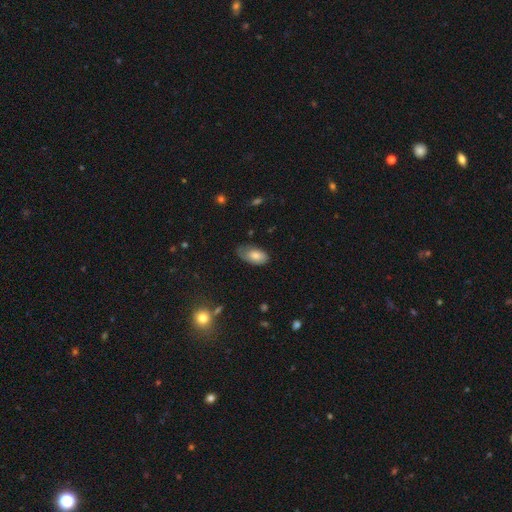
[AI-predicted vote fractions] Smooth or featured?
  - smooth: 73% *
  - featured or disk: 20%
  - star or artifact: 7%
How rounded?
  - in between: 94% *
  - round: 4%
  - cigar-shaped: 3%
Merging?
  - none: 54% *
  - minor disturbance: 34%
  - major disturbance: 11%
  - merger: 2%